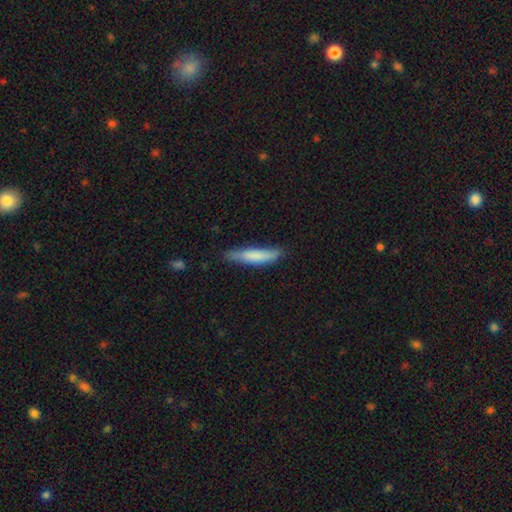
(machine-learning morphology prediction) smooth_or_featured: smooth (p=0.77) [alt: featured or disk p=0.18]
how_rounded: cigar-shaped (p=0.86) [alt: in between p=0.13]
merging: none (p=0.73) [alt: minor disturbance p=0.22]